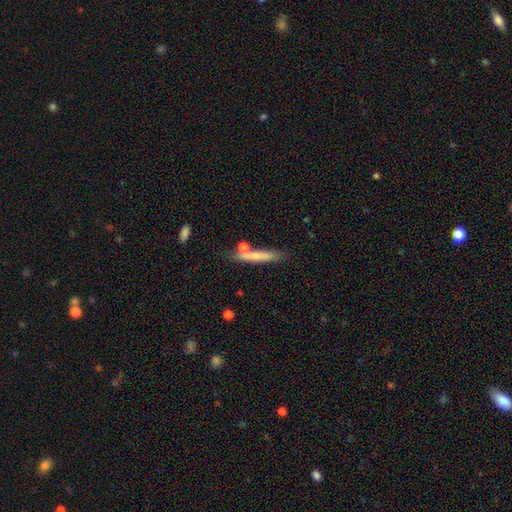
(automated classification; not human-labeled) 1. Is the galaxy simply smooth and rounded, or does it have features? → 65% smooth, 28% featured or disk, 8% star or artifact.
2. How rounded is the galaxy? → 92% cigar-shaped, 6% in between, 2% round.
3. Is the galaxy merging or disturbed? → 71% none, 14% minor disturbance, 11% merger, 4% major disturbance.